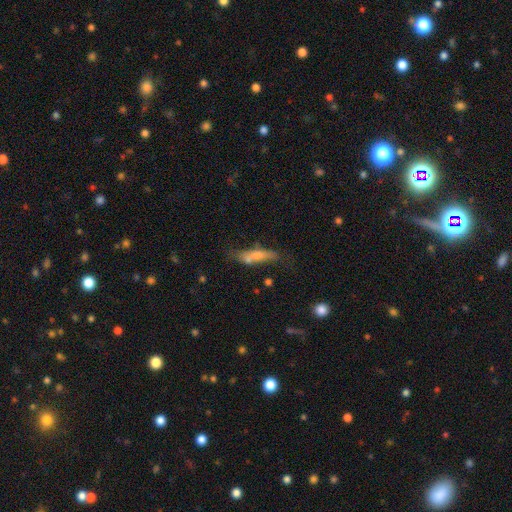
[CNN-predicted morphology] smooth-or-featured: smooth: 60% | featured or disk: 32% | star or artifact: 8%
  how-rounded: cigar-shaped: 65% | in between: 32% | round: 3%
  merging: none: 48% | minor disturbance: 22% | merger: 19% | major disturbance: 11%